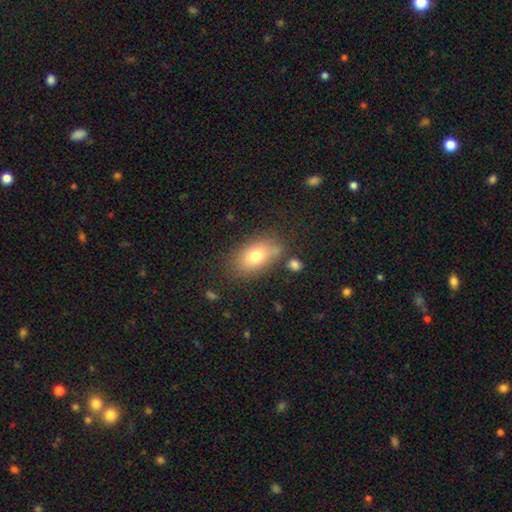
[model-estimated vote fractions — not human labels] A smooth galaxy with no disk features (75%) that is in between round and cigar-shaped (85%).

Vote fractions:
- Smooth or featured? smooth: 75% / featured or disk: 16% / star or artifact: 9%
- How rounded? in between: 85% / round: 12% / cigar-shaped: 3%
- Merging? none: 71% / minor disturbance: 17% / merger: 6% / major disturbance: 6%